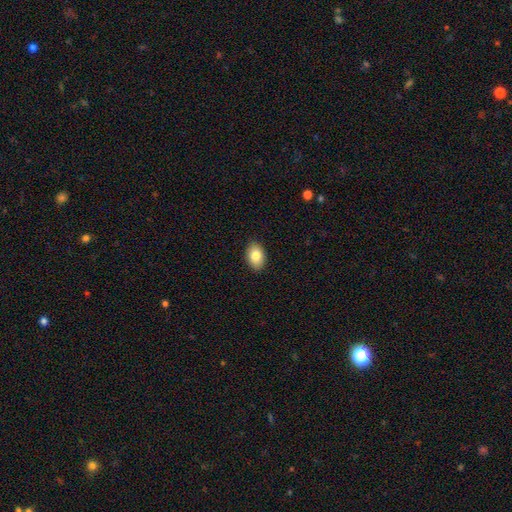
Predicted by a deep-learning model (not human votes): A smooth galaxy with no disk features (83%) that is in between round and cigar-shaped (86%).

Vote fractions:
- Smooth or featured? smooth: 83% / featured or disk: 10% / star or artifact: 7%
- How rounded? in between: 86% / round: 13% / cigar-shaped: 1%
- Merging? none: 89% / minor disturbance: 8% / major disturbance: 2% / merger: 1%